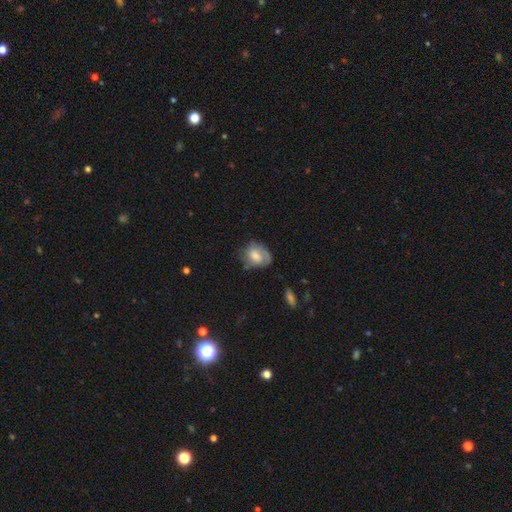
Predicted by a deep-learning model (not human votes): The model was most divided on "smooth or featured": smooth: 49%, featured or disk: 44%, star or artifact: 8%. More confident: merging — none (51%).